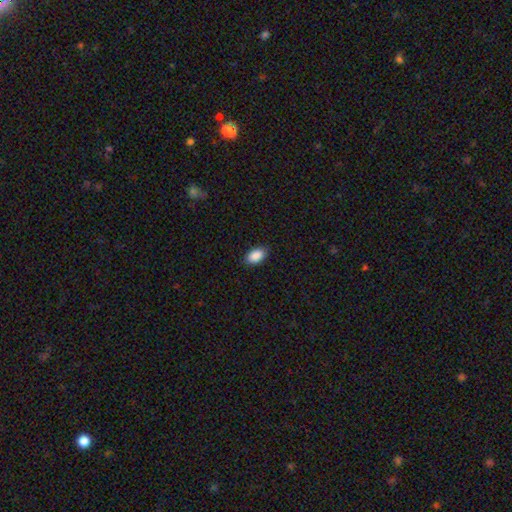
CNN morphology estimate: Smooth or featured? Predicted: smooth (p=0.89). How rounded? Predicted: in between (p=0.92). Merging? Predicted: none (p=0.85).